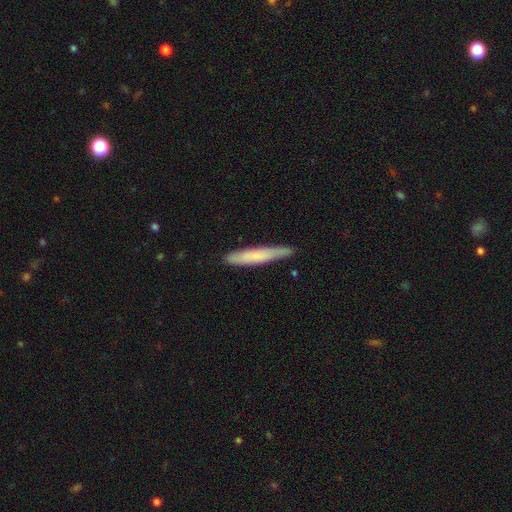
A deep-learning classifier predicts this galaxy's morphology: The model was most divided on "smooth or featured": smooth: 68%, featured or disk: 27%, star or artifact: 6%. More confident: how rounded — cigar-shaped (94%); merging — none (83%).